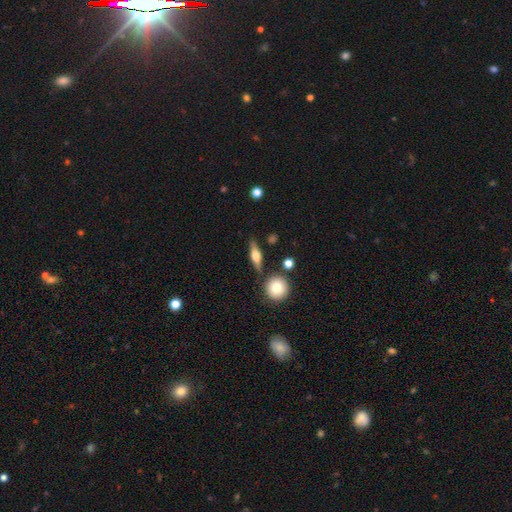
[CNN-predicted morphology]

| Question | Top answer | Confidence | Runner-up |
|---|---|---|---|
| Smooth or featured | featured or disk | 51% | smooth (42%) |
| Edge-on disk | yes | 91% | no (9%) |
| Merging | none | 81% | minor disturbance (11%) |